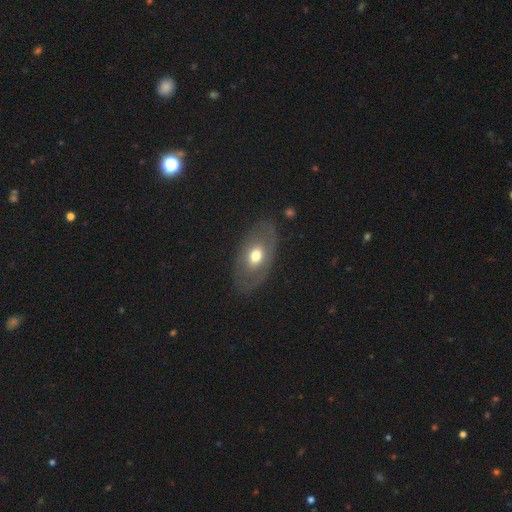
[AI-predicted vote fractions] Smooth or featured? smooth (50%)
How rounded? in between (87%)
Merging? none (80%)